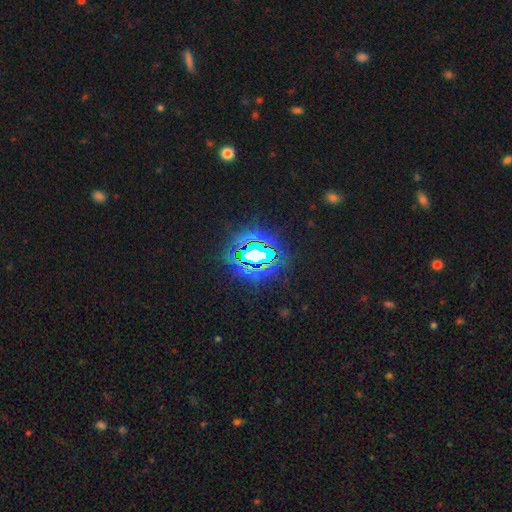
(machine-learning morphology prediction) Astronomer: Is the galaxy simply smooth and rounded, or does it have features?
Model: star or artifact — 74%.